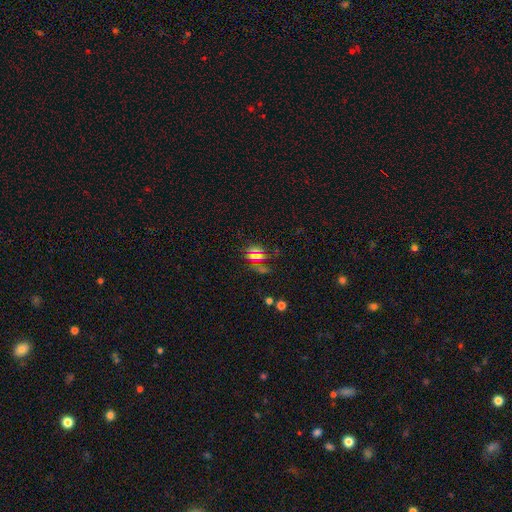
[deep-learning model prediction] Morphology: type=star or artifact (49%).